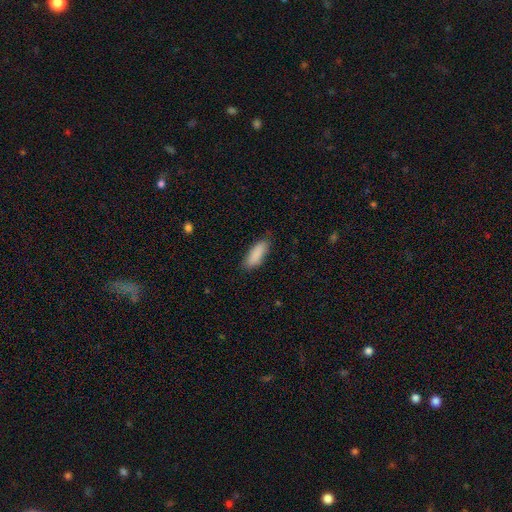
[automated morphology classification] smooth_or_featured: smooth (p=0.89) [alt: star or artifact p=0.06]
how_rounded: in between (p=0.63) [alt: cigar-shaped p=0.35]
merging: none (p=0.81) [alt: minor disturbance p=0.15]